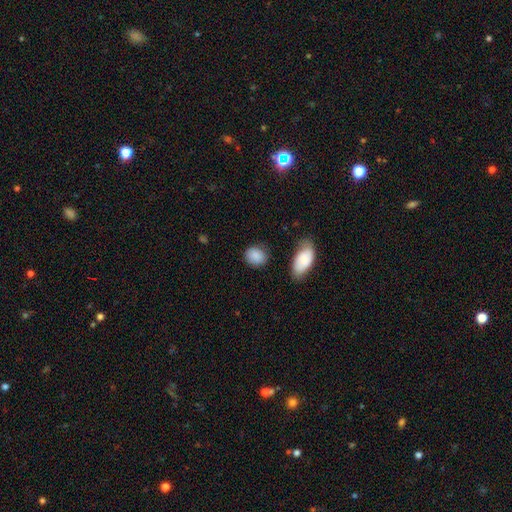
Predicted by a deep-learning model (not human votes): The model was most divided on "how rounded": round: 58%, in between: 41%, cigar-shaped: 2%. More confident: smooth or featured — smooth (88%); merging — none (78%).